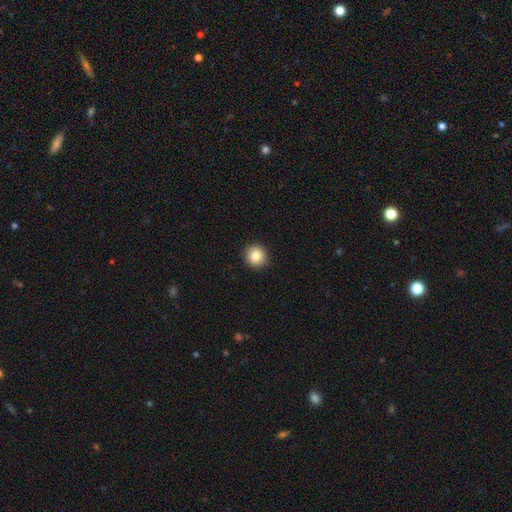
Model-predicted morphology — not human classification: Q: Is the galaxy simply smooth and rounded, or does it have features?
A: smooth — 84%.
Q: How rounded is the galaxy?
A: round — 94%.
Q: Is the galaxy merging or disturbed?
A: none — 92%.